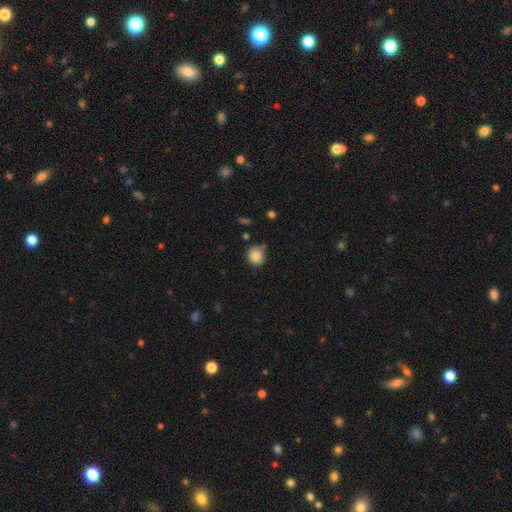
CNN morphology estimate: A smooth galaxy with no disk features (87%) that is round (90%). Merging: none (80%).